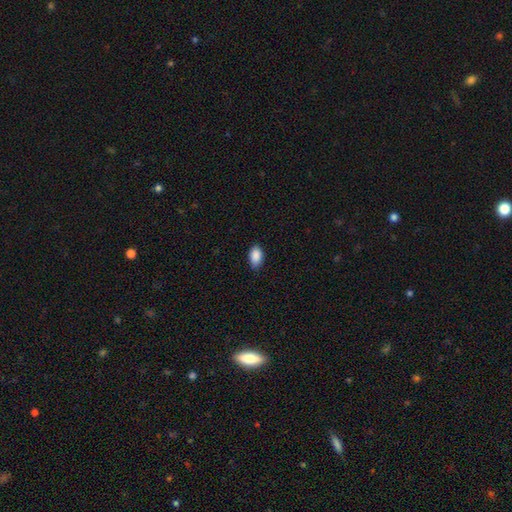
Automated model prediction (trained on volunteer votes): Morphology: type=smooth (89%); roundness=in between (92%); merging=none (81%).